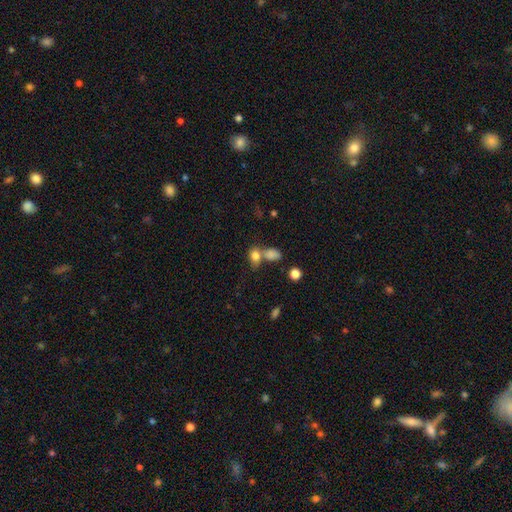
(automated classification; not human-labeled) Morphology: type=smooth (79%); roundness=in between (69%); merging=merger (44%).